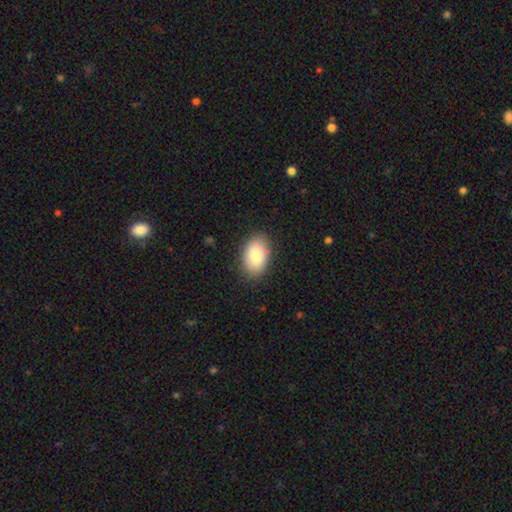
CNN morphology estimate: A smooth galaxy with no disk features (84%) that is in between round and cigar-shaped (90%).

Vote fractions:
- Smooth or featured? smooth: 84% / featured or disk: 10% / star or artifact: 7%
- How rounded? in between: 90% / round: 9% / cigar-shaped: 1%
- Merging? none: 86% / minor disturbance: 11% / major disturbance: 3% / merger: 1%